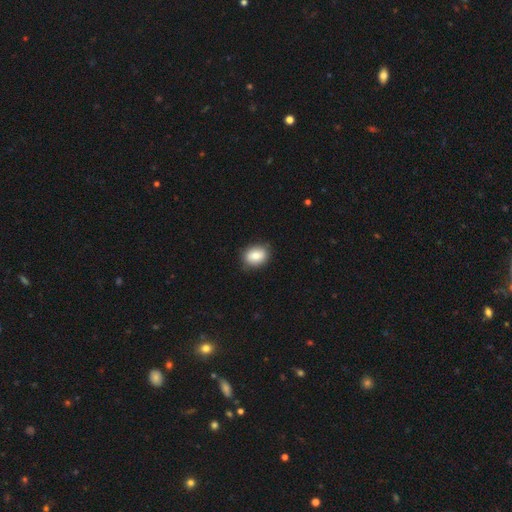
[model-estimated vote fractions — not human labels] This is clearly a smooth galaxy (82%). How rounded: possibly in between (60%). Merging: clearly none (85%).